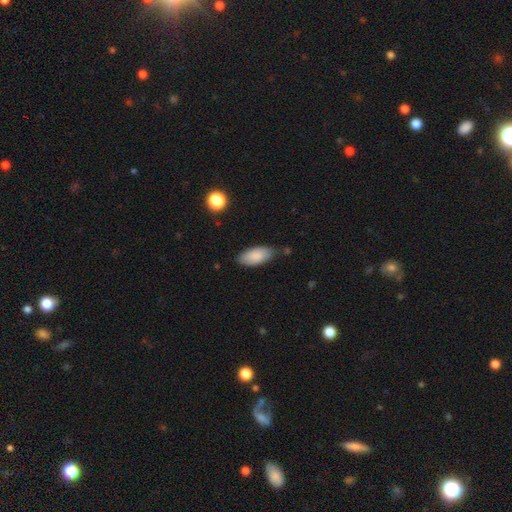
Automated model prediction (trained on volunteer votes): Smooth or featured? Predicted: smooth (p=0.86). How rounded? Predicted: in between (p=0.90). Merging? Predicted: none (p=0.75).